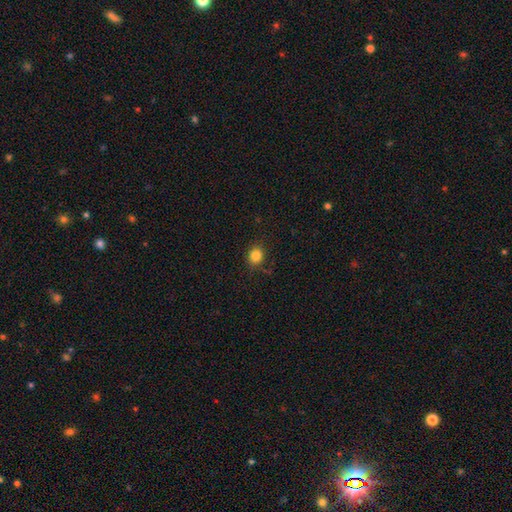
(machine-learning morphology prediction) smooth_or_featured: smooth (p=0.84) [alt: star or artifact p=0.12]
how_rounded: round (p=0.77) [alt: in between p=0.22]
merging: none (p=0.83) [alt: minor disturbance p=0.12]